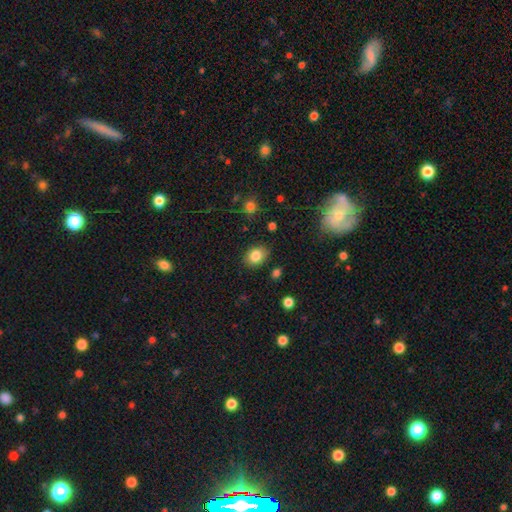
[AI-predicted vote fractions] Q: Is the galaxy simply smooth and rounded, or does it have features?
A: smooth — 83%.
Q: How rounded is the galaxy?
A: in between — 62%.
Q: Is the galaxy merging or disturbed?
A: none — 83%.